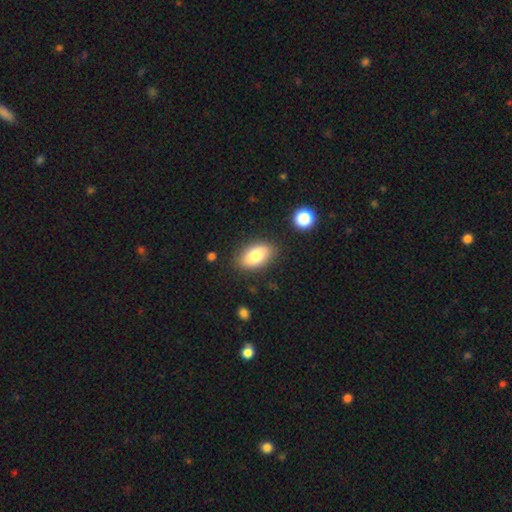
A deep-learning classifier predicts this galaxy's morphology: Smooth or featured? Predicted: smooth (p=0.80). How rounded? Predicted: in between (p=0.92). Merging? Predicted: none (p=0.85).